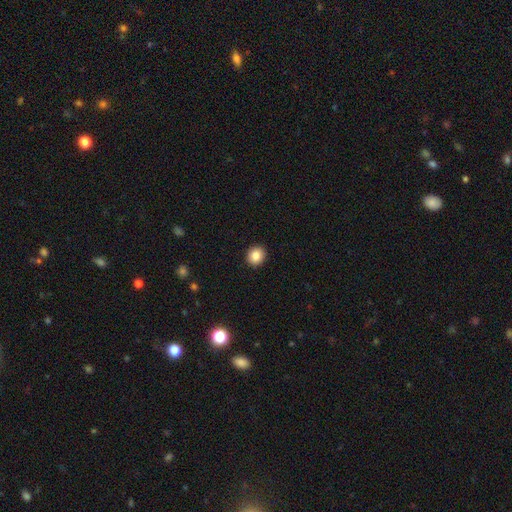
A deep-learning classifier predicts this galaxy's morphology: The model was most divided on "how rounded": round: 78%, in between: 21%, cigar-shaped: 1%. More confident: merging — none (92%); smooth or featured — smooth (85%).